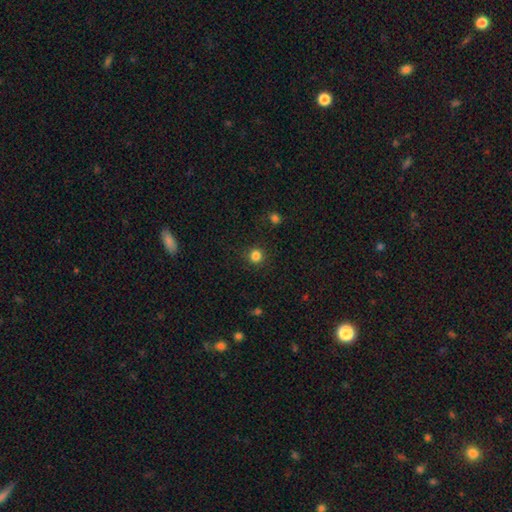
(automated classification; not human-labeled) Smooth or featured: smooth — 83% (star or artifact — 13%)
How rounded: round — 93% (in between — 6%)
Merging: none — 88% (minor disturbance — 7%)